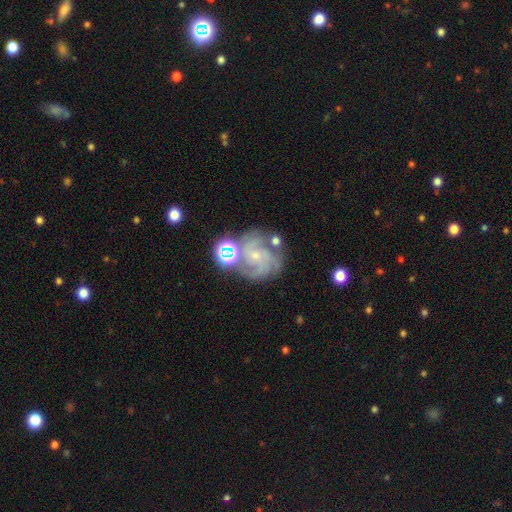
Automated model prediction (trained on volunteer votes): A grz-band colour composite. It shows a featured or disk galaxy (82%) with no bar (68%), 3 (37%) tight (52%) spiral arms (96%) and a small central bulge (75%). Merging: none (65%).